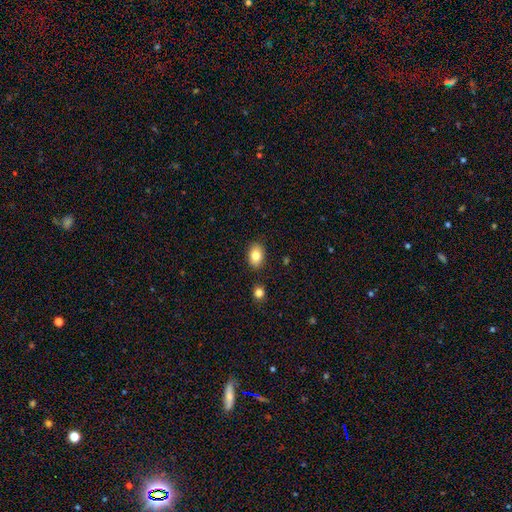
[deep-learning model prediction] smooth 82%, featured or disk 10%, star or artifact 8%. Down the decision tree: how rounded — in between (84%); merging — none (86%).